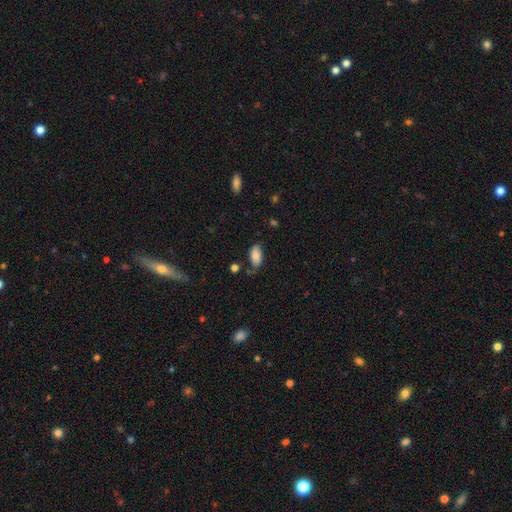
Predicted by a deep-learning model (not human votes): Morphology: type=smooth (83%); roundness=in between (94%); merging=none (62%).